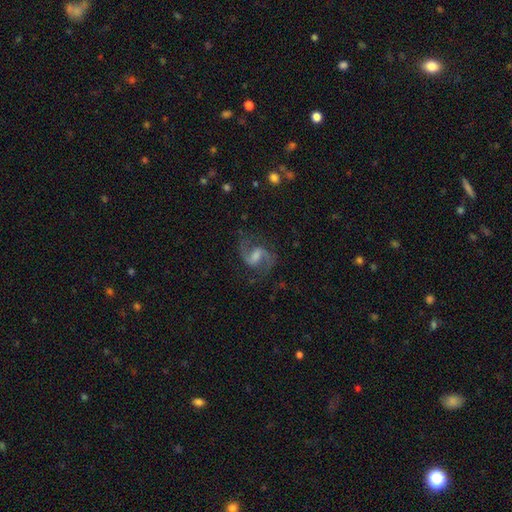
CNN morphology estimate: This appears to be a featured or disk galaxy (87%) with a weak bar (55%), 2 (93%) medium (56%) spiral arms (97%) and a moderate central bulge (35%). Merging: none (76%).